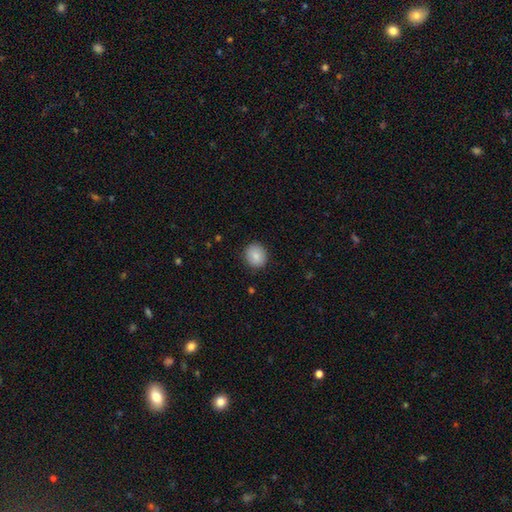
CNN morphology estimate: Overall: smooth (85%). How rounded: round (78%). Merging: none (88%).